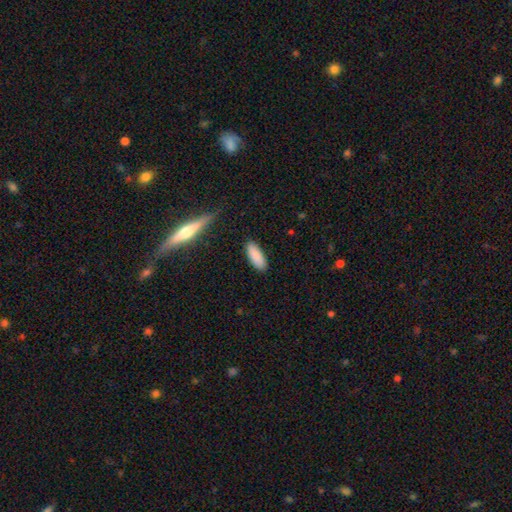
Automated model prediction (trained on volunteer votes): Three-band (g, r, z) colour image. It shows a smooth galaxy with no disk features (88%) that is in between round and cigar-shaped (72%). Merging: none (87%).